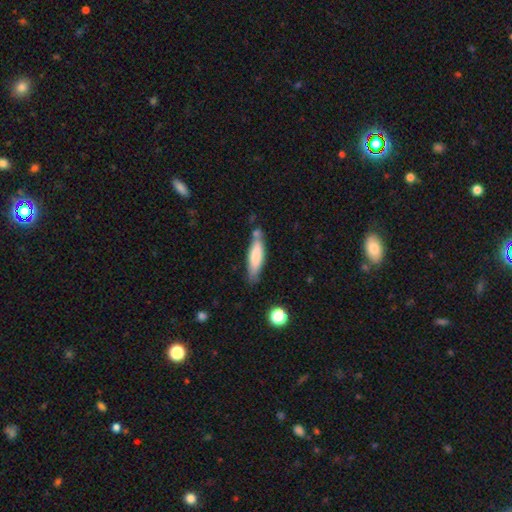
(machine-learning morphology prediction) smooth 75%, featured or disk 19%, star or artifact 6%. Down the decision tree: how rounded — cigar-shaped (70%); merging — none (67%).